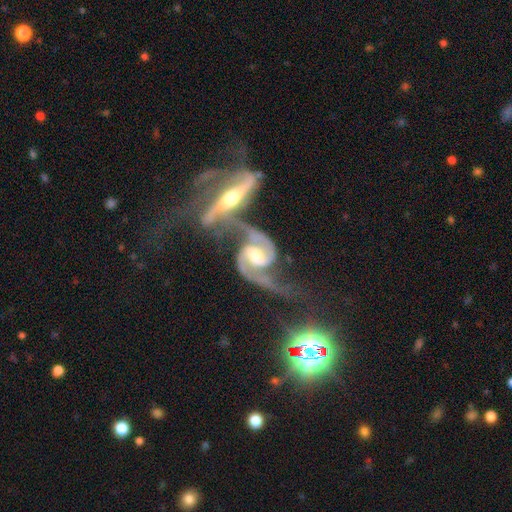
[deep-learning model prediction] smooth-or-featured: featured or disk: 92% | star or artifact: 4% | smooth: 4%
  disk-edge-on: no: 95% | yes: 5%
    bar: weak: 45% | strong: 38% | no: 17%
    has-spiral-arms: yes: 98% | no: 2%
      spiral-winding: medium: 50% | loose: 35% | tight: 15%
      spiral-arm-count: 2: 92% | can't tell: 2% | 1: 2% | 3: 1% | 4: 1% | more than 4: 1%
    bulge-size: moderate: 62% | small: 22% | large: 11% | none: 3% | dominant: 1%
  merging: merger: 64% | none: 19% | minor disturbance: 8% | major disturbance: 8%